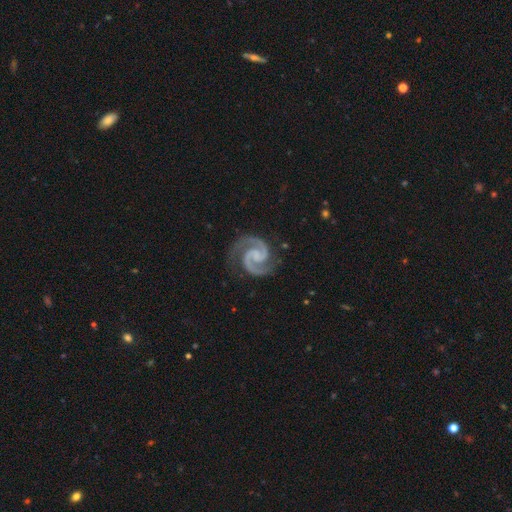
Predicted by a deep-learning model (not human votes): A featured or disk galaxy (95%) with no bar (46%), 2 (95%) medium (57%) spiral arms (99%) and no central bulge (55%). Merging: none (81%).